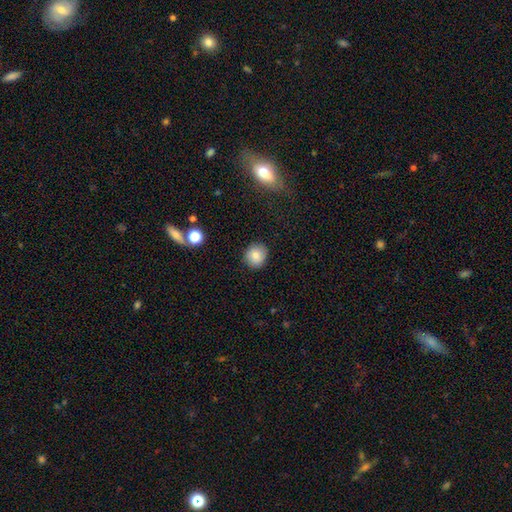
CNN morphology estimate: A smooth galaxy with no disk features (82%) that is round (86%).

Vote fractions:
- Smooth or featured? smooth: 82% / star or artifact: 10% / featured or disk: 8%
- How rounded? round: 86% / in between: 13% / cigar-shaped: 1%
- Merging? none: 89% / minor disturbance: 8% / major disturbance: 2% / merger: 1%